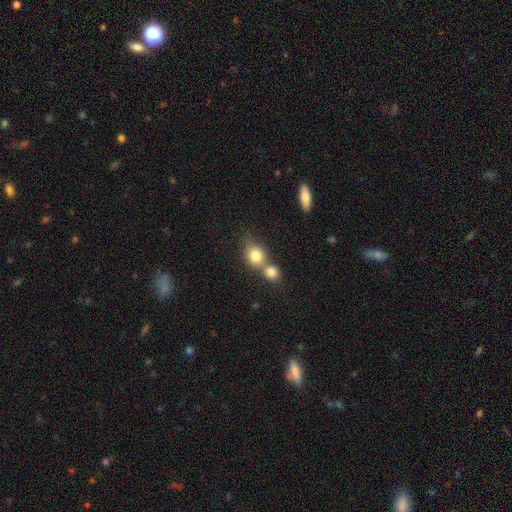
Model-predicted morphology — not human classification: Smooth or featured: smooth — 80% (featured or disk — 11%)
How rounded: round — 68% (in between — 31%)
Merging: merger — 57% (none — 32%)